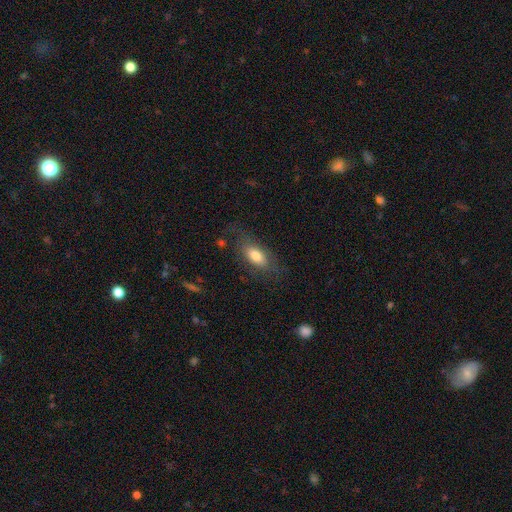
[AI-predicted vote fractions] Overall: smooth (68%). How rounded: in between (86%). Merging: none (63%).